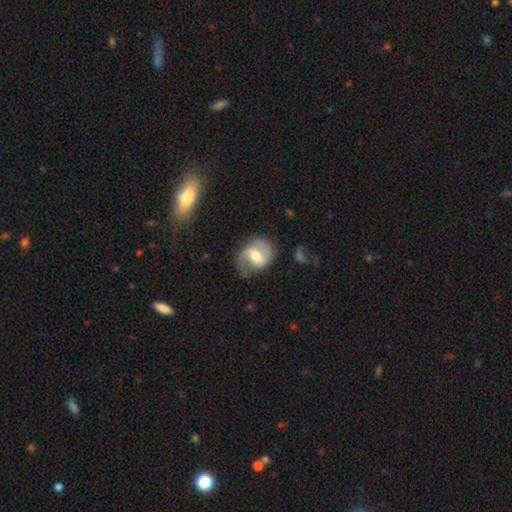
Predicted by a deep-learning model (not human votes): featured or disk 74%, smooth 20%, star or artifact 6%. Down the decision tree: edge-on disk — no (96%); bar — weak (45%); spiral arms — yes (87%); spiral arm count — 2 (84%); spiral winding — medium (46%); bulge size — moderate (61%); merging — none (68%).